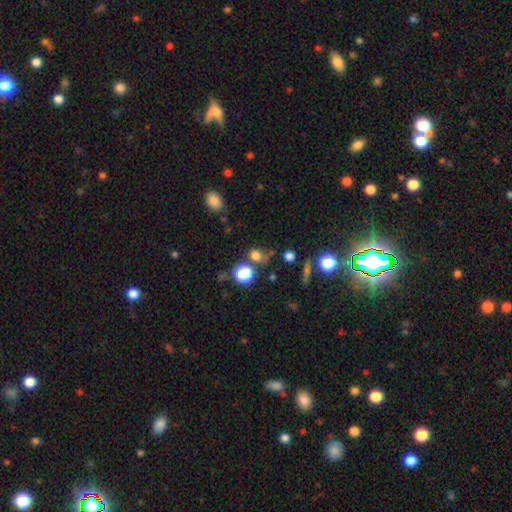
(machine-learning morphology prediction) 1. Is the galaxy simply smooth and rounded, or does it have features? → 71% smooth, 22% star or artifact, 7% featured or disk.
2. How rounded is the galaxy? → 76% round, 23% in between, 2% cigar-shaped.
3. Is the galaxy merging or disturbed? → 61% none, 16% merger, 15% minor disturbance, 8% major disturbance.